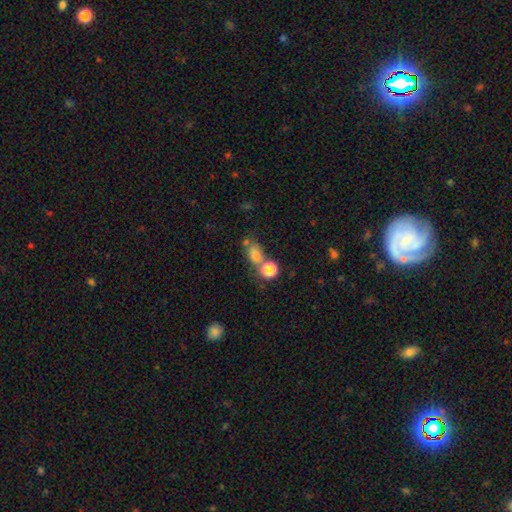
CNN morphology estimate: Overall: smooth (71%). How rounded: in between (57%; round 39%). Merging: none (48%; merger 31%).